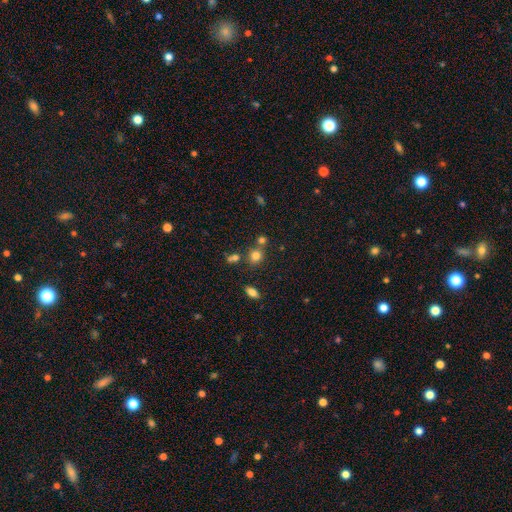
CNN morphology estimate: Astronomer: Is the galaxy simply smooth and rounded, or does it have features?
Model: smooth — 76%.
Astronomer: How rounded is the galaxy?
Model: round — 79%.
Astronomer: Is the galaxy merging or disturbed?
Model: none — 65%.